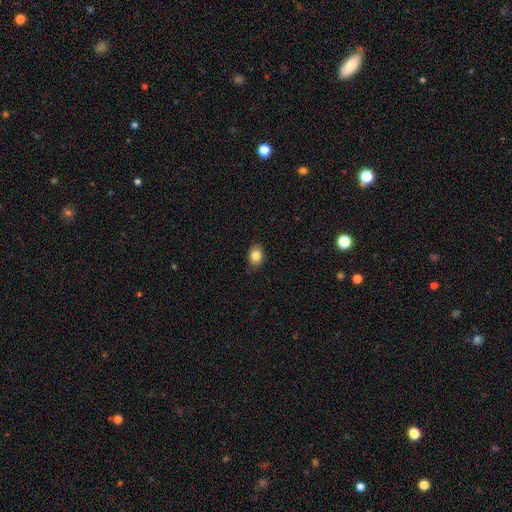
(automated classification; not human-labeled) A smooth galaxy with no disk features (84%) that is in between round and cigar-shaped (71%).

Vote fractions:
- Smooth or featured? smooth: 84% / star or artifact: 9% / featured or disk: 7%
- How rounded? in between: 71% / round: 28% / cigar-shaped: 1%
- Merging? none: 84% / minor disturbance: 13% / major disturbance: 2% / merger: 1%